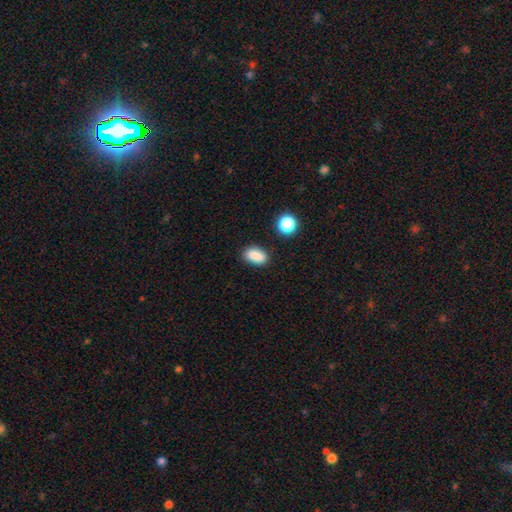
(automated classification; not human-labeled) The model was most divided on "merging": none: 81%, minor disturbance: 12%, merger: 4%, major disturbance: 3%. More confident: how rounded — in between (87%); smooth or featured — smooth (86%).